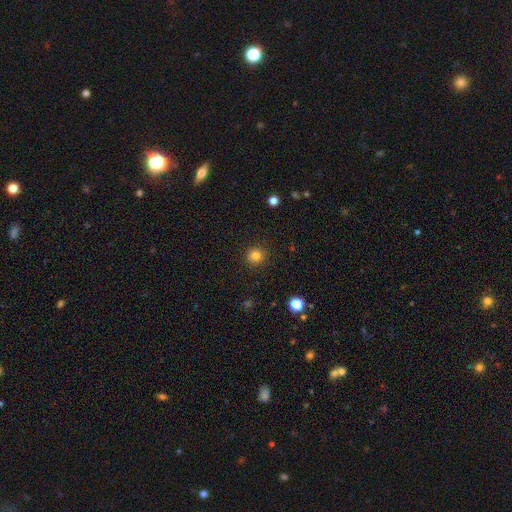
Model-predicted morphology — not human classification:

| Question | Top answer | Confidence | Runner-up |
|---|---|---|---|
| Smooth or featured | smooth | 82% | star or artifact (13%) |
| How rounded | round | 94% | in between (5%) |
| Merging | none | 92% | minor disturbance (5%) |